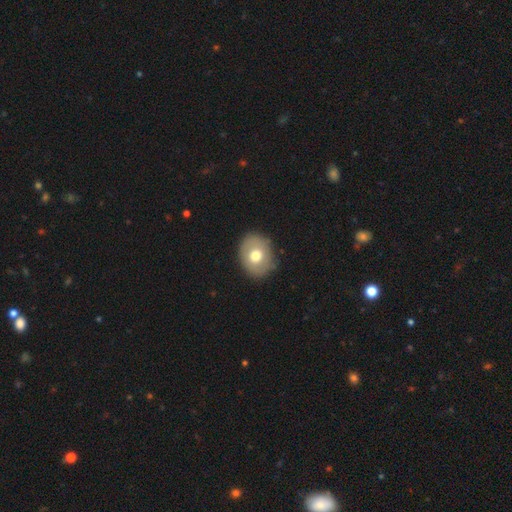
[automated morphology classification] smooth_or_featured: smooth (p=0.67) [alt: featured or disk p=0.26]
how_rounded: in between (p=0.51) [alt: round p=0.48]
merging: none (p=0.84) [alt: minor disturbance p=0.11]